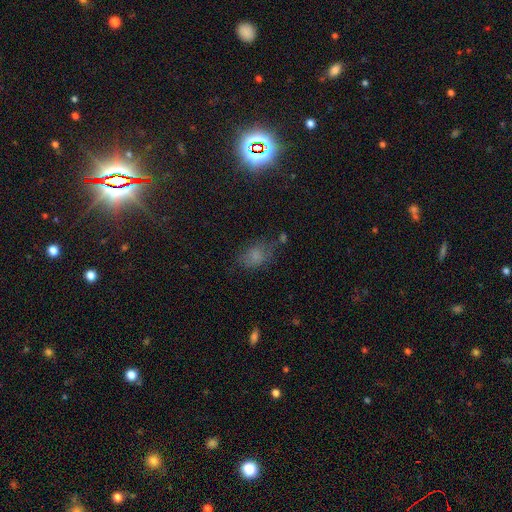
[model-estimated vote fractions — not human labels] This appears to be a smooth galaxy with no disk features (69%) that is in between round and cigar-shaped (77%). Merging: none (60%).